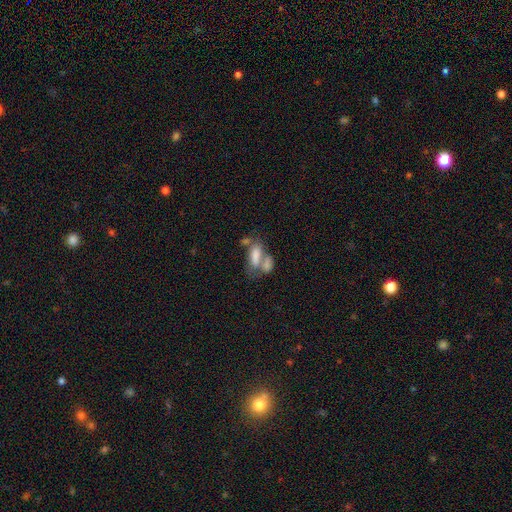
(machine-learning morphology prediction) This appears to be a smooth galaxy with no disk features (66%) that is in between round and cigar-shaped (82%). Merging: merger (61%).